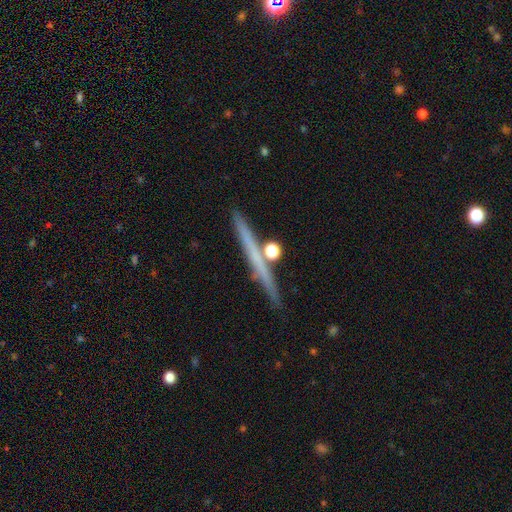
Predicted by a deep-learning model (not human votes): This is possibly a featured or disk galaxy (55%). It is clearly viewed edge-on (96%). Edge-on bulge: clearly none (81%). Merging: clearly none (85%).